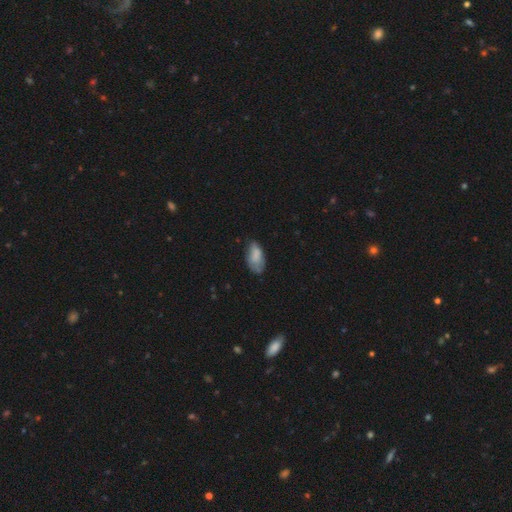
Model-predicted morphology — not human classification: Q: Smooth or featured?
A: smooth (78%); runner-up: featured or disk (15%)
Q: How rounded?
A: in between (93%); runner-up: cigar-shaped (4%)
Q: Merging?
A: none (54%); runner-up: minor disturbance (34%)